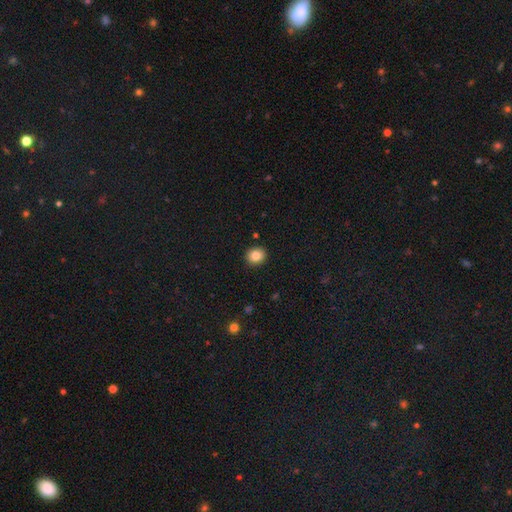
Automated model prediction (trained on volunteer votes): A smooth galaxy with no disk features (84%) that is round (79%).

Vote fractions:
- Smooth or featured? smooth: 84% / star or artifact: 10% / featured or disk: 6%
- How rounded? round: 79% / in between: 20% / cigar-shaped: 1%
- Merging? none: 91% / minor disturbance: 6% / major disturbance: 2% / merger: 1%